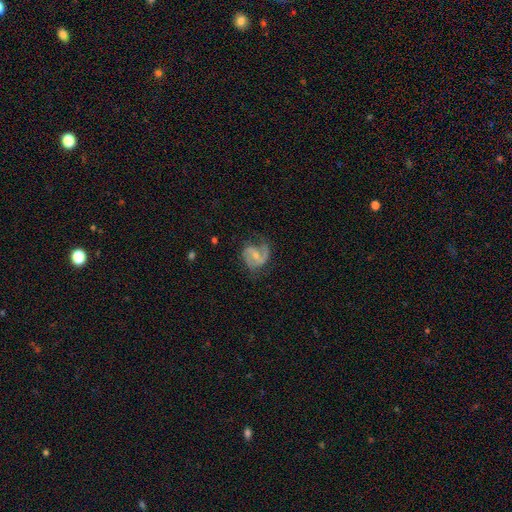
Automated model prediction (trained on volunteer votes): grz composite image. It shows a featured or disk galaxy (81%) with a weak bar (49%), 2 (83%) medium (51%) spiral arms (94%) and a small central bulge (52%). Merging: none (62%).